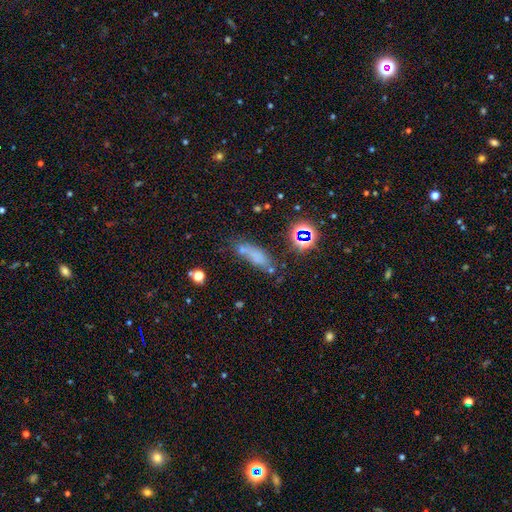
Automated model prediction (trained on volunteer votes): Morphology: type=smooth (62%); roundness=in between (51%); merging=none (52%).